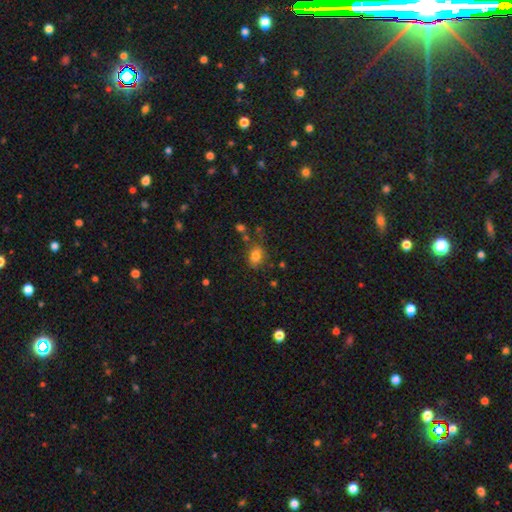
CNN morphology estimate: This appears to be a smooth galaxy with no disk features (79%) that is in between round and cigar-shaped (66%). Merging: none (66%).